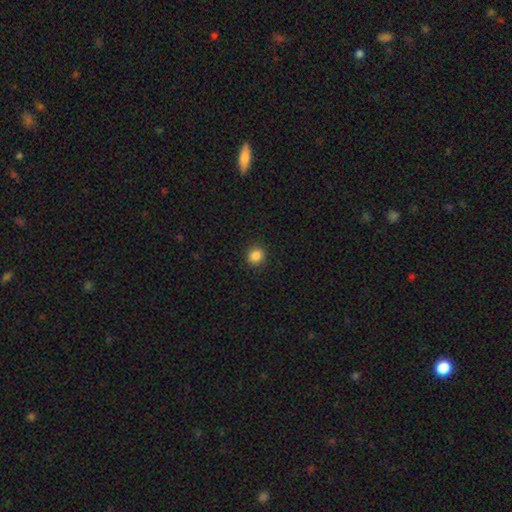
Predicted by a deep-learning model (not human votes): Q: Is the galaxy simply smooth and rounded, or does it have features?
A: smooth — 86%.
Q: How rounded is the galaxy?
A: round — 84%.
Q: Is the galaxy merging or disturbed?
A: none — 91%.